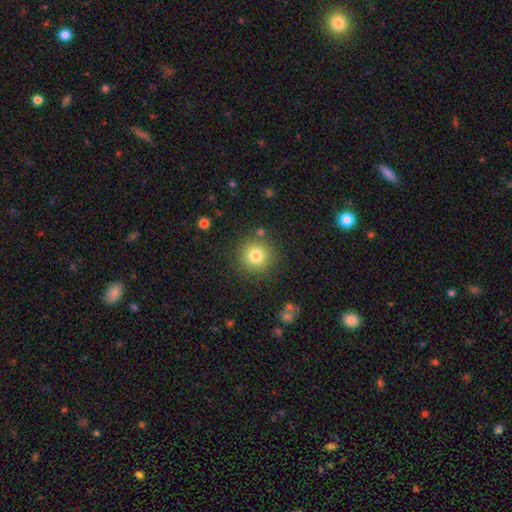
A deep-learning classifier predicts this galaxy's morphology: Smooth or featured: smooth — 80% (star or artifact — 12%)
How rounded: round — 94% (in between — 5%)
Merging: none — 86% (minor disturbance — 8%)